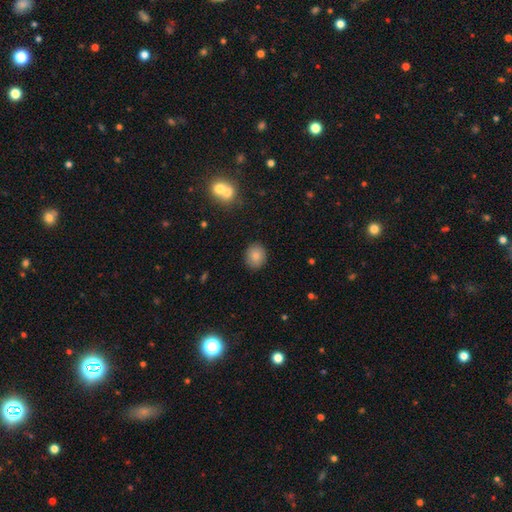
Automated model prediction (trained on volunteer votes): smooth 84%, star or artifact 9%, featured or disk 7%. Down the decision tree: how rounded — round (65%); merging — none (88%).